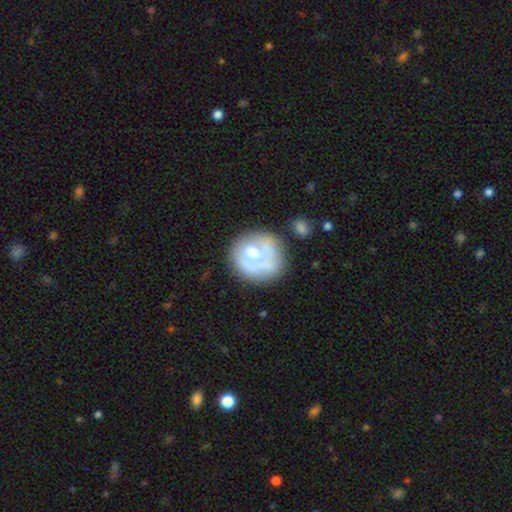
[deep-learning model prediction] smooth-or-featured: featured or disk: 49% | smooth: 43% | star or artifact: 7%
  merging: none: 55% | minor disturbance: 22% | major disturbance: 15% | merger: 8%